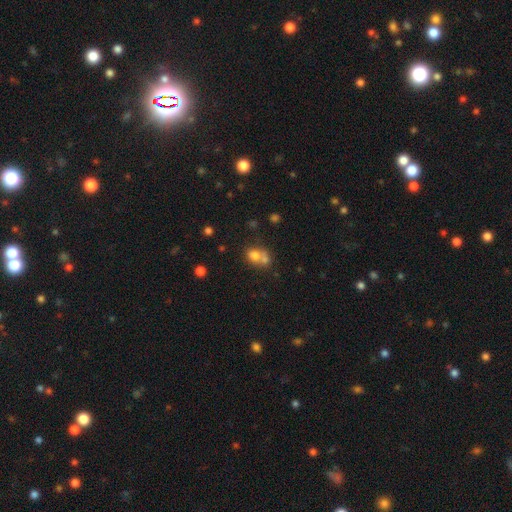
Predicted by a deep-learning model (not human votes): This is likely a smooth galaxy (71%). How rounded: possibly round (55%). Merging: possibly merger (59%).